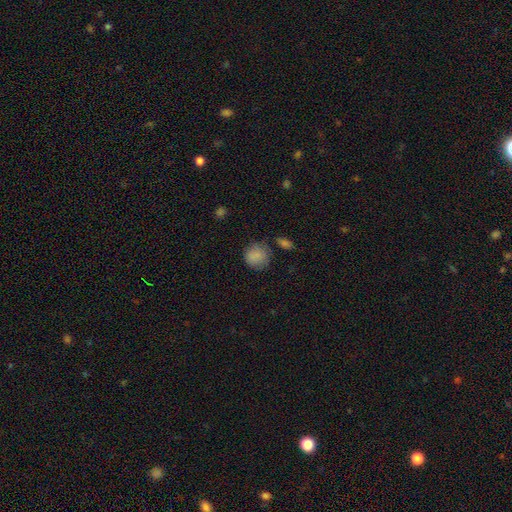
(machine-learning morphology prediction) Overall: smooth (86%). How rounded: round (86%). Merging: none (70%).